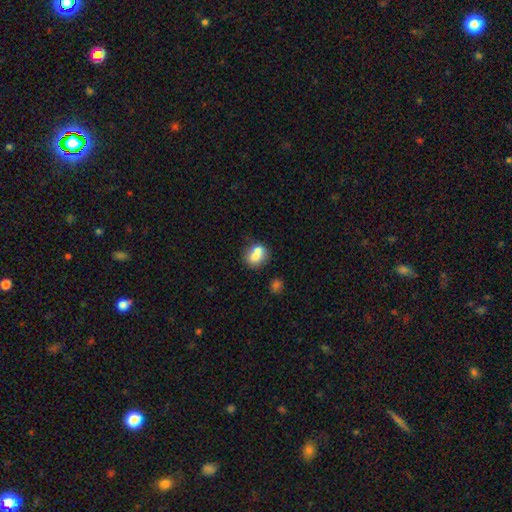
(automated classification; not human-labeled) smooth-or-featured: smooth: 73% | featured or disk: 18% | star or artifact: 9%
  how-rounded: round: 59% | in between: 40% | cigar-shaped: 1%
  merging: merger: 46% | none: 39% | minor disturbance: 11% | major disturbance: 4%